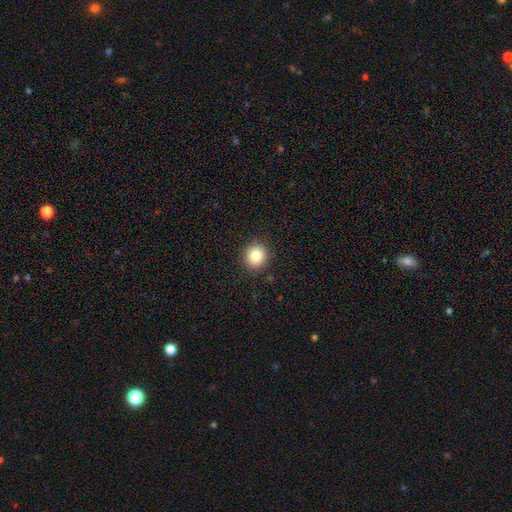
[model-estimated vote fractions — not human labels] smooth_or_featured: smooth (p=0.85) [alt: star or artifact p=0.10]
how_rounded: round (p=0.83) [alt: in between p=0.16]
merging: none (p=0.91) [alt: minor disturbance p=0.06]